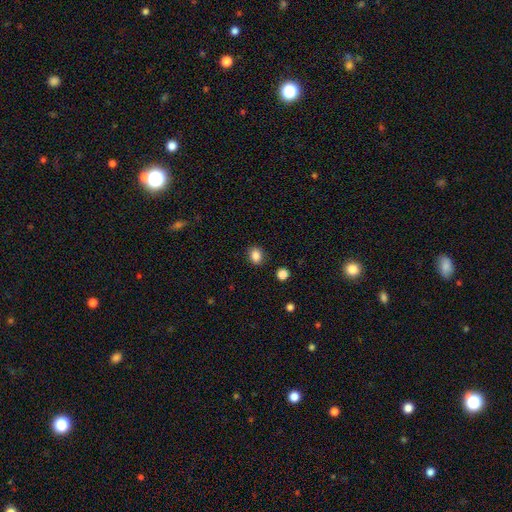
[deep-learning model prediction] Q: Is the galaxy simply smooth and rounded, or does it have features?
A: smooth — 86%.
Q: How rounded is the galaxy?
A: in between — 50%.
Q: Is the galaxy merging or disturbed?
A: none — 87%.